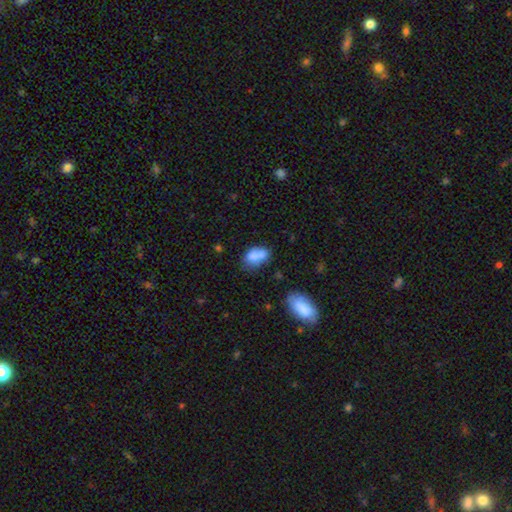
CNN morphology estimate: smooth_or_featured: smooth (p=0.73) [alt: featured or disk p=0.17]
how_rounded: in between (p=0.85) [alt: round p=0.12]
merging: none (p=0.37) [alt: merger p=0.27]